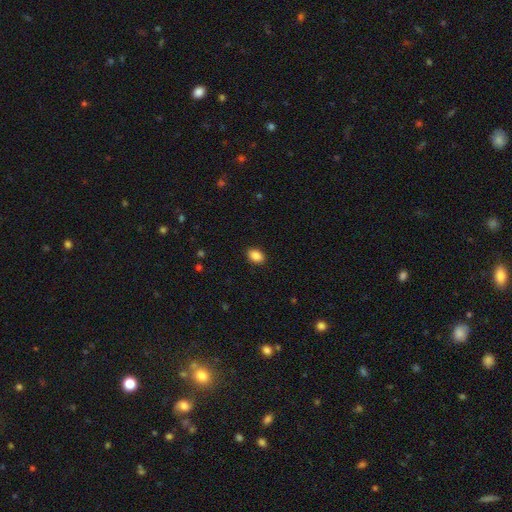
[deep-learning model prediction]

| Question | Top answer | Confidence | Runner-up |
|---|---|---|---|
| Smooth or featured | smooth | 88% | star or artifact (8%) |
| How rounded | in between | 80% | round (19%) |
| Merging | none | 89% | minor disturbance (8%) |